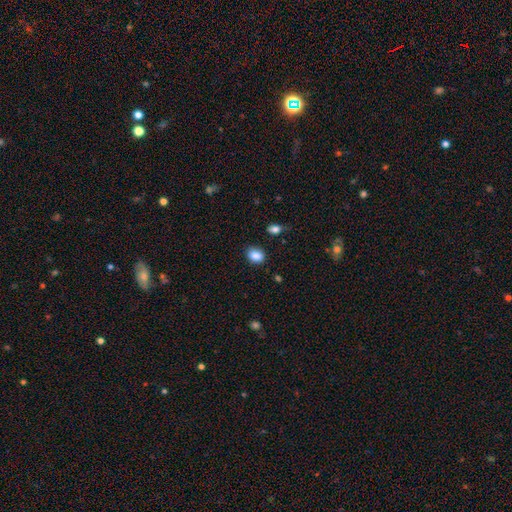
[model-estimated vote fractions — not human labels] The model was most divided on "how rounded": in between: 62%, round: 36%, cigar-shaped: 1%. More confident: smooth or featured — smooth (87%); merging — none (83%).